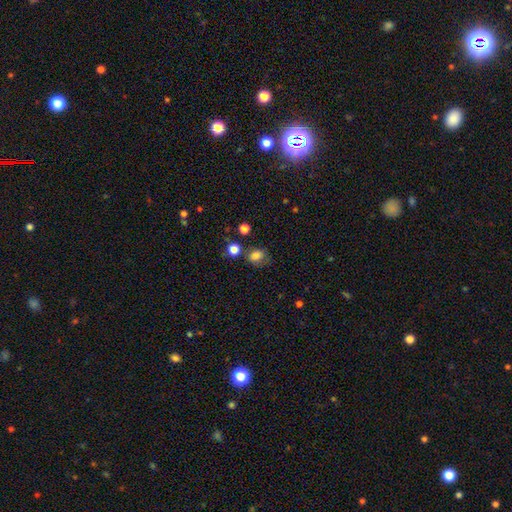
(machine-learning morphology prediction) Smooth or featured?
  - smooth: 79% *
  - star or artifact: 13%
  - featured or disk: 7%
How rounded?
  - round: 54% *
  - in between: 44%
  - cigar-shaped: 1%
Merging?
  - none: 56% *
  - minor disturbance: 23%
  - major disturbance: 11%
  - merger: 10%